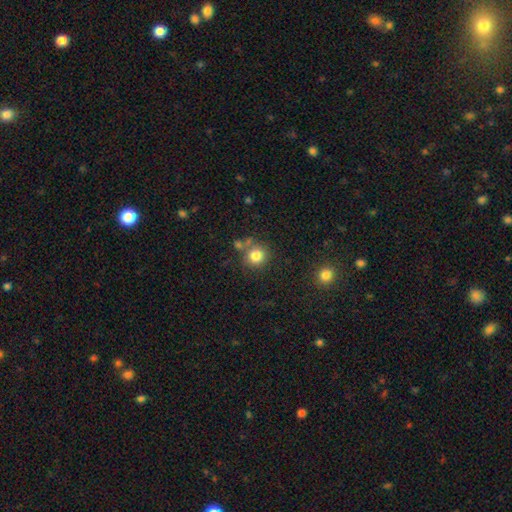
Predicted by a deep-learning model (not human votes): Morphology: type=smooth (82%); roundness=round (89%); merging=none (71%).